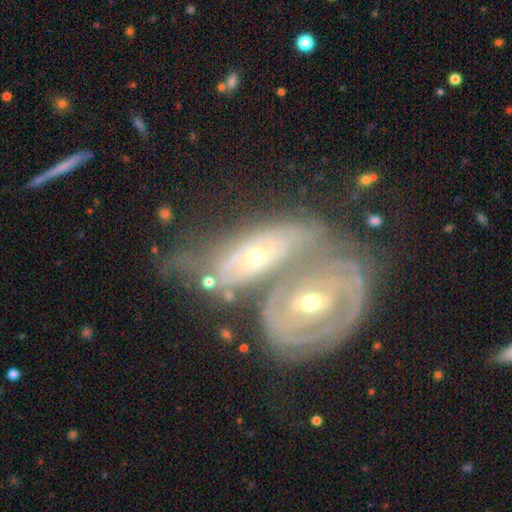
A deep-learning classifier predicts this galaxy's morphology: smooth-or-featured: featured or disk: 76% | smooth: 17% | star or artifact: 6%
  disk-edge-on: no: 87% | yes: 13%
    bar: no: 61% | weak: 26% | strong: 13%
    has-spiral-arms: yes: 74% | no: 26%
    bulge-size: moderate: 51% | small: 45% | large: 2% | none: 1% | dominant: 1%
  merging: merger: 61% | none: 23% | minor disturbance: 10% | major disturbance: 7%